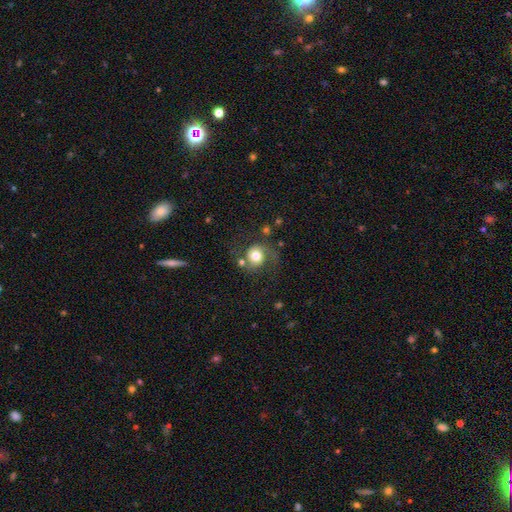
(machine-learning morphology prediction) Q: Smooth or featured?
A: smooth (52%); runner-up: featured or disk (38%)
Q: How rounded?
A: round (81%); runner-up: in between (18%)
Q: Merging?
A: none (57%); runner-up: minor disturbance (19%)